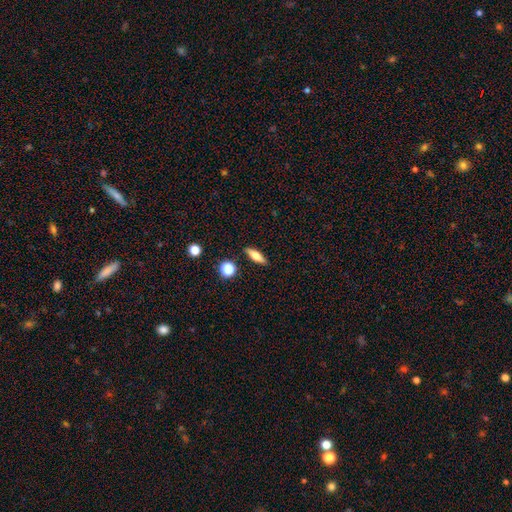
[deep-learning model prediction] The model was most divided on "how rounded": in between: 48%, cigar-shaped: 47%, round: 5%. More confident: merging — none (87%); smooth or featured — smooth (59%).